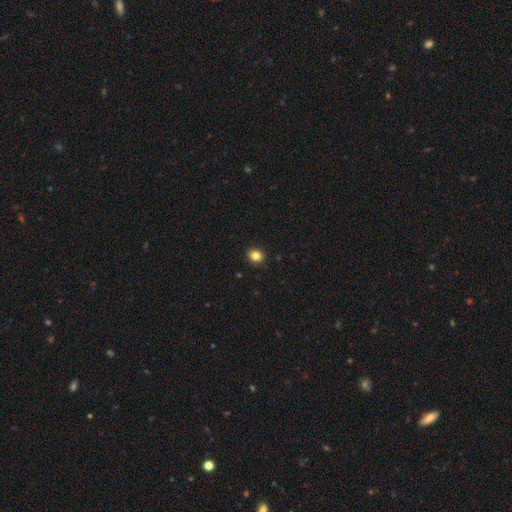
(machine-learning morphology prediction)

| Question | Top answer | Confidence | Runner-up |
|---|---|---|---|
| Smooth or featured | smooth | 84% | star or artifact (11%) |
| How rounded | round | 59% | in between (40%) |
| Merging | none | 91% | minor disturbance (6%) |